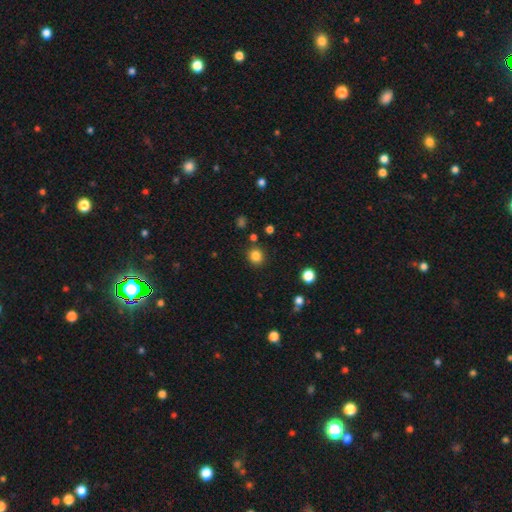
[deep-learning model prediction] This is clearly a smooth galaxy (83%). How rounded: clearly round (87%). Merging: clearly none (87%).